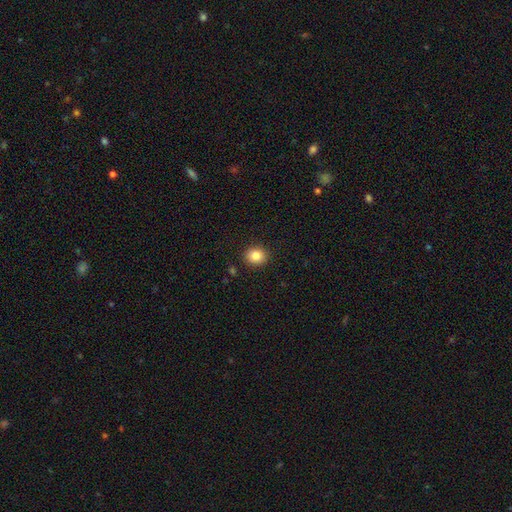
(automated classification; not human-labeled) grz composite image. It shows a smooth galaxy with no disk features (84%) that is round (71%). Merging: none (90%).